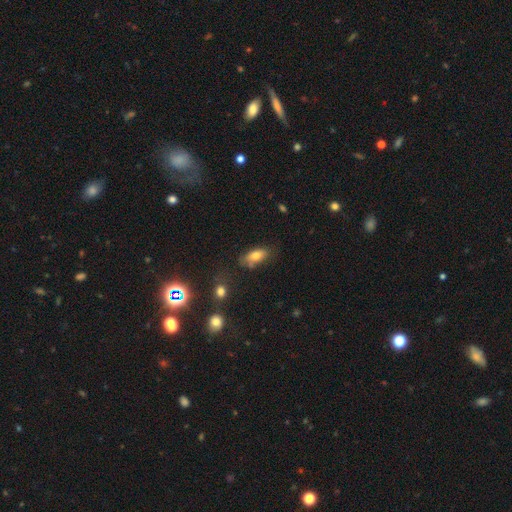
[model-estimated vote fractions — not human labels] A smooth galaxy with no disk features (76%) that is in between round and cigar-shaped (86%). Merging: none (61%).